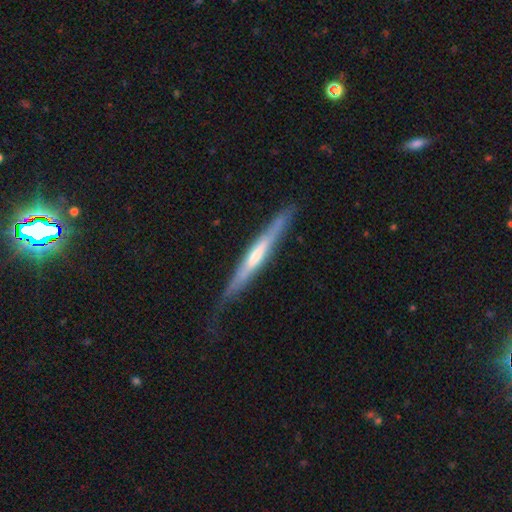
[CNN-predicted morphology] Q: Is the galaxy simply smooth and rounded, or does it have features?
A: featured or disk — 71%.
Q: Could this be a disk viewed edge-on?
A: yes — 94%.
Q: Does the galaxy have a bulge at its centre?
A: rounded — 53%.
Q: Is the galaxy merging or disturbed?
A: none — 74%.